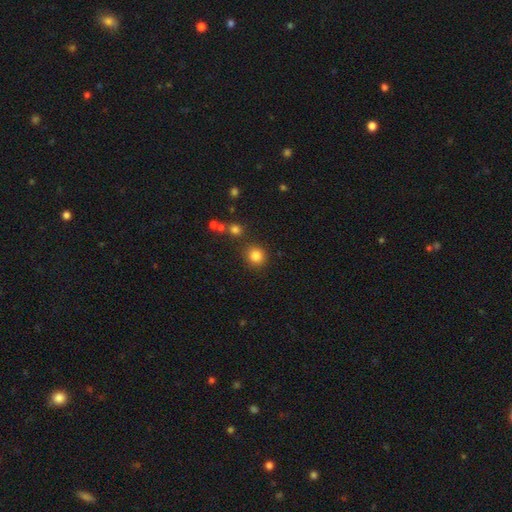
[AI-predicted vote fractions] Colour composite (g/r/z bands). It shows a smooth galaxy with no disk features (84%) that is round (90%). Merging: none (85%).